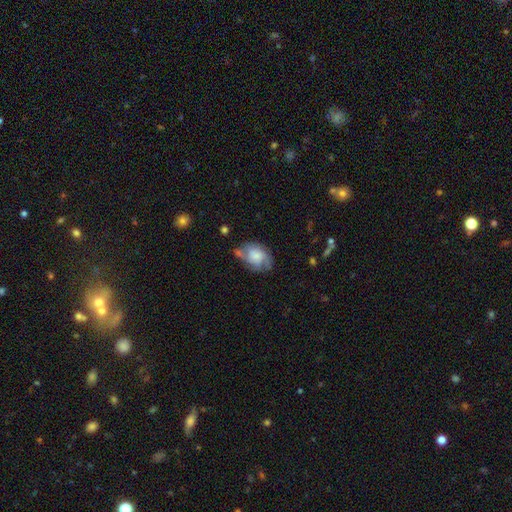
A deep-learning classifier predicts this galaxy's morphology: This is possibly a featured or disk galaxy (49%). Merging: marginally none (45%).